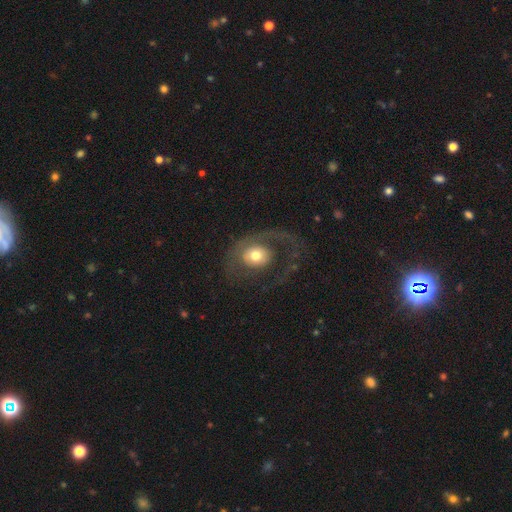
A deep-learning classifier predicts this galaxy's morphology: smooth_or_featured: featured or disk (p=0.50) [alt: smooth p=0.42]
disk_edge_on: no (p=0.95) [alt: yes p=0.05]
merging: major disturbance (p=0.46) [alt: none p=0.37]